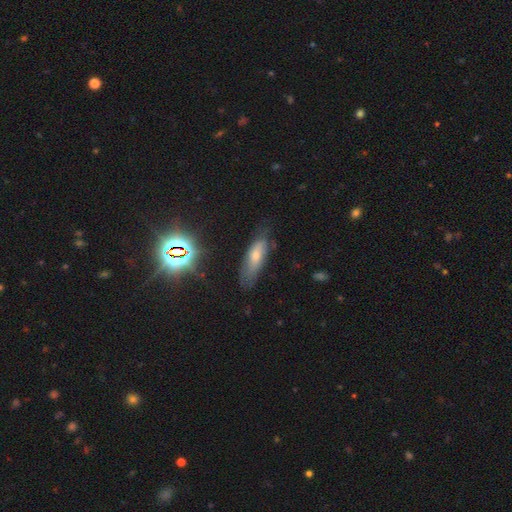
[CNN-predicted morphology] Q: Smooth or featured?
A: smooth (51%); runner-up: featured or disk (31%)
Q: How rounded?
A: in between (56%); runner-up: cigar-shaped (41%)
Q: Merging?
A: none (63%); runner-up: minor disturbance (26%)